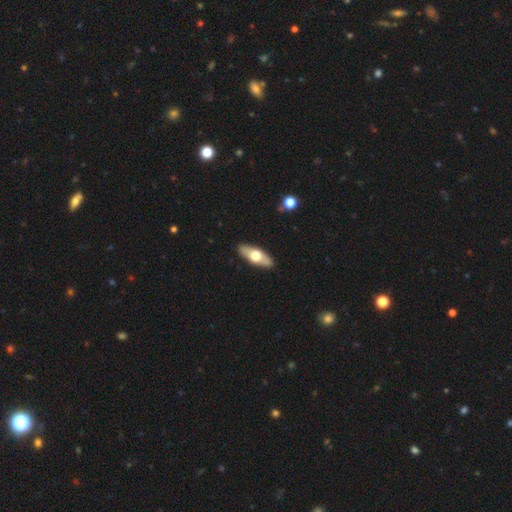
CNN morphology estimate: Q: Smooth or featured?
A: smooth (52%); runner-up: featured or disk (43%)
Q: How rounded?
A: in between (65%); runner-up: cigar-shaped (32%)
Q: Merging?
A: none (90%); runner-up: minor disturbance (7%)